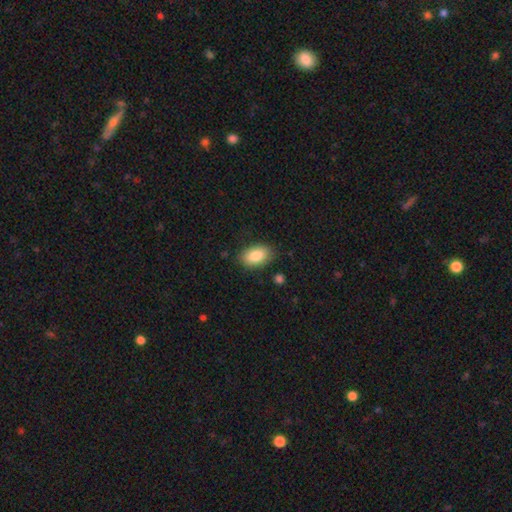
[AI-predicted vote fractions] A smooth galaxy with no disk features (85%) that is in between round and cigar-shaped (92%). Merging: none (83%).